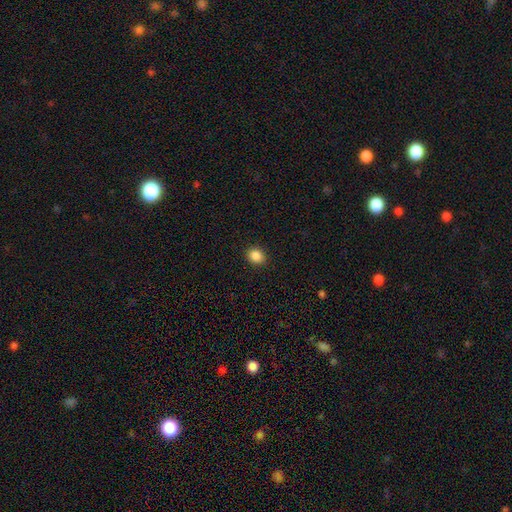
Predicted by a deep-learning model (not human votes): smooth_or_featured: smooth (p=0.87) [alt: star or artifact p=0.10]
how_rounded: round (p=0.66) [alt: in between p=0.33]
merging: none (p=0.91) [alt: minor disturbance p=0.06]